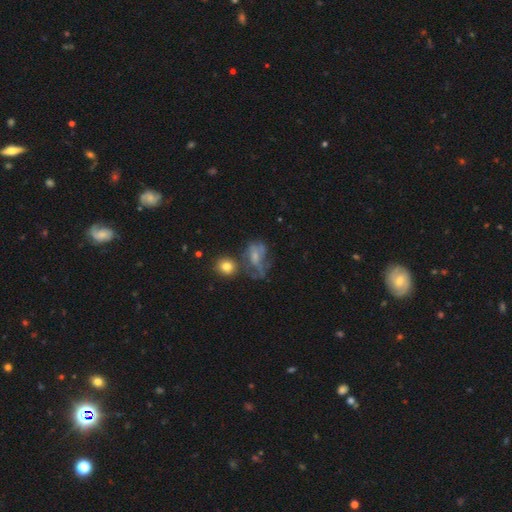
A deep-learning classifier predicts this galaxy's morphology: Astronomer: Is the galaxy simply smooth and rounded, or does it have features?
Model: featured or disk — 44% (runner-up: smooth, 43%).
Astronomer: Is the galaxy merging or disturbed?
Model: major disturbance — 34% (runner-up: none, 29%).